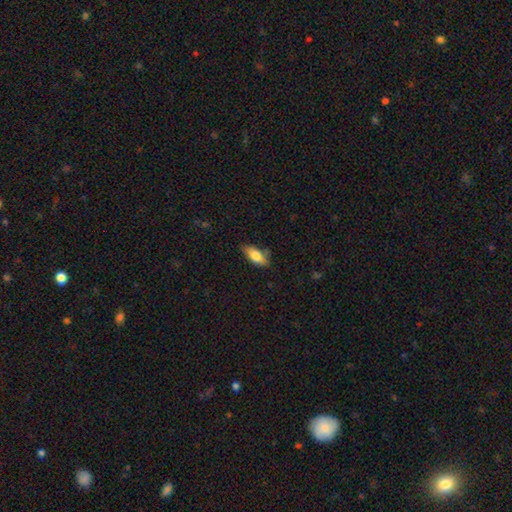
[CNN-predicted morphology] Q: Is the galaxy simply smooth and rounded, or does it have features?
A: smooth — 79%.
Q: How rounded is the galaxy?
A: in between — 84%.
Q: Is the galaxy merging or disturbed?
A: none — 72%.